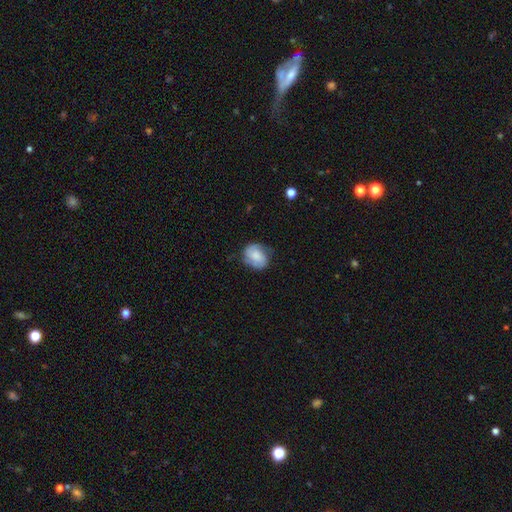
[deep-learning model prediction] Q: Smooth or featured?
A: smooth (60%); runner-up: featured or disk (32%)
Q: How rounded?
A: in between (51%); runner-up: round (48%)
Q: Merging?
A: none (62%); runner-up: minor disturbance (28%)